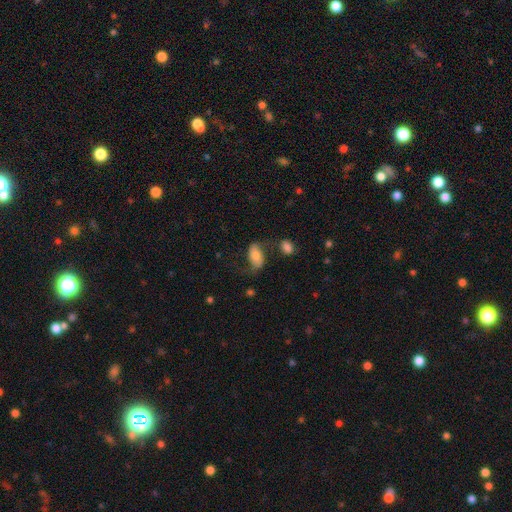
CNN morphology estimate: This is possibly a smooth galaxy (53%). How rounded: clearly in between (90%). Merging: possibly none (51%).